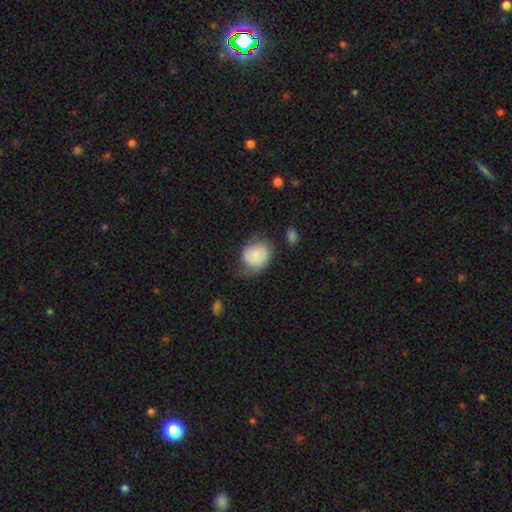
Smooth or featured: smooth — 73% (featured or disk — 22%)
How rounded: round — 74% (in between — 22%)
Merging: none — 51% (minor disturbance — 37%)